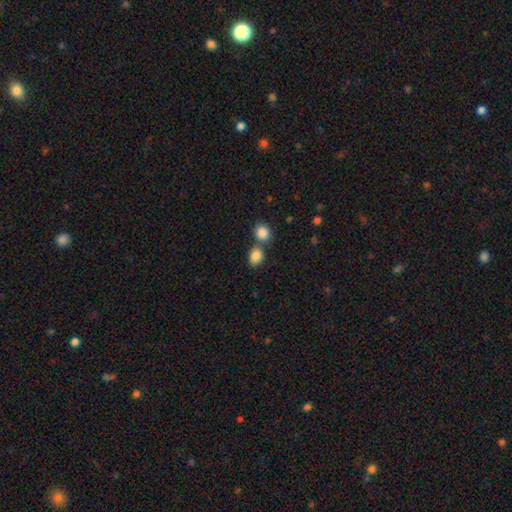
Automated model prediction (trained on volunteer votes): A smooth galaxy with no disk features (85%) that is in between round and cigar-shaped (53%).

Vote fractions:
- Smooth or featured? smooth: 85% / star or artifact: 9% / featured or disk: 5%
- How rounded? in between: 53% / round: 46% / cigar-shaped: 1%
- Merging? none: 53% / merger: 35% / minor disturbance: 9% / major disturbance: 3%